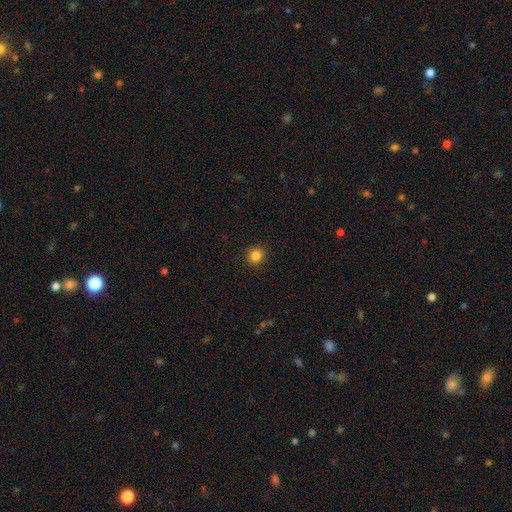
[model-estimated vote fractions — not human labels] The model was most divided on "smooth or featured": smooth: 85%, star or artifact: 11%, featured or disk: 4%. More confident: merging — none (91%); how rounded — round (87%).